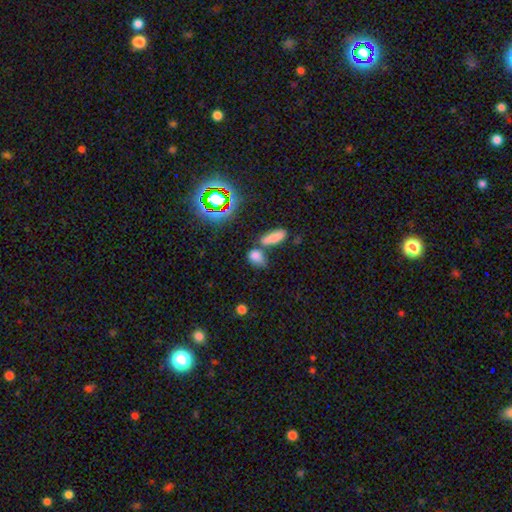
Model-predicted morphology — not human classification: Smooth or featured? Predicted: smooth (p=0.71). How rounded? Predicted: in between (p=0.73). Merging? Predicted: merger (p=0.43).